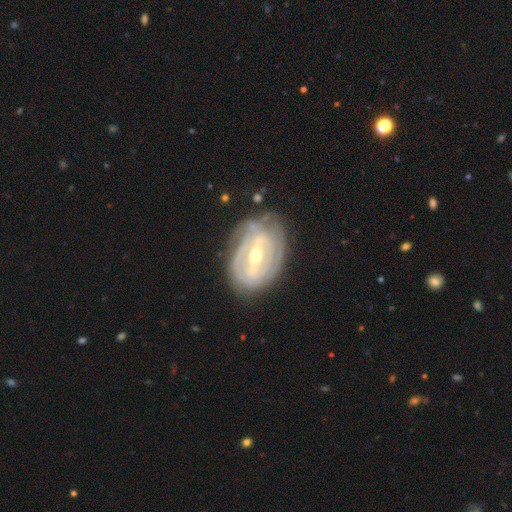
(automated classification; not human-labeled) Smooth or featured? Predicted: featured or disk (p=0.82). Edge-on disk? Predicted: no (p=0.94). Bar? Predicted: strong (p=0.58). Spiral arms? Predicted: yes (p=0.76). Spiral winding? Predicted: tight (p=0.67). Spiral arm count? Predicted: 2 (p=0.42). Bulge size? Predicted: moderate (p=0.58). Merging? Predicted: none (p=0.73).